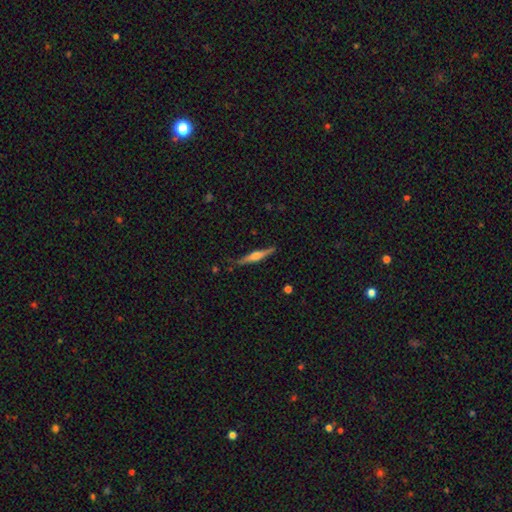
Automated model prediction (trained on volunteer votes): Morphology: type=featured or disk (65%); edge-on=yes (98%); edge-on bulge=rounded (80%); merging=none (85%).